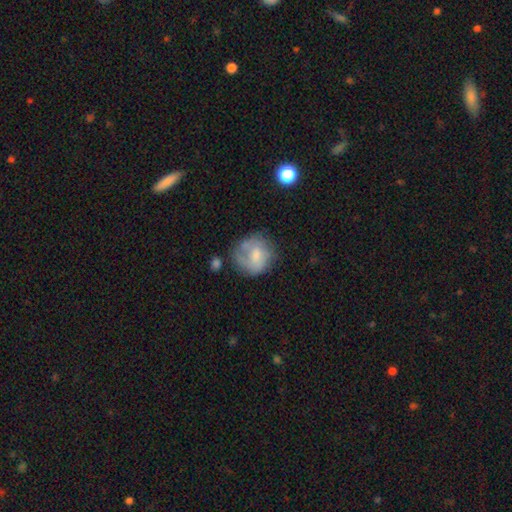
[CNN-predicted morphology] The model was most divided on "smooth or featured": smooth: 54%, featured or disk: 38%, star or artifact: 8%. More confident: how rounded — round (81%); merging — none (55%).